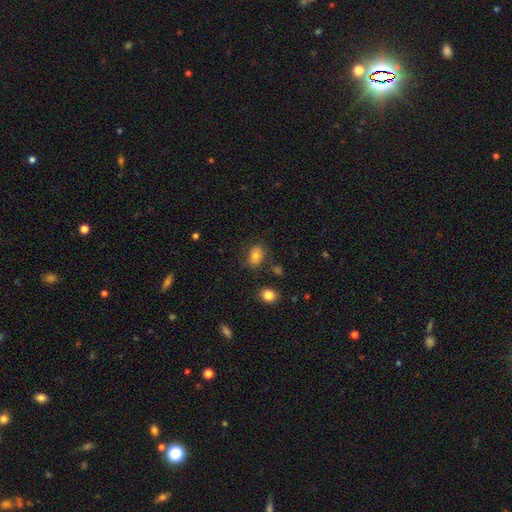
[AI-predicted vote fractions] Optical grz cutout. It shows a smooth galaxy with no disk features (77%) that is in between round and cigar-shaped (71%). Merging: none (74%).